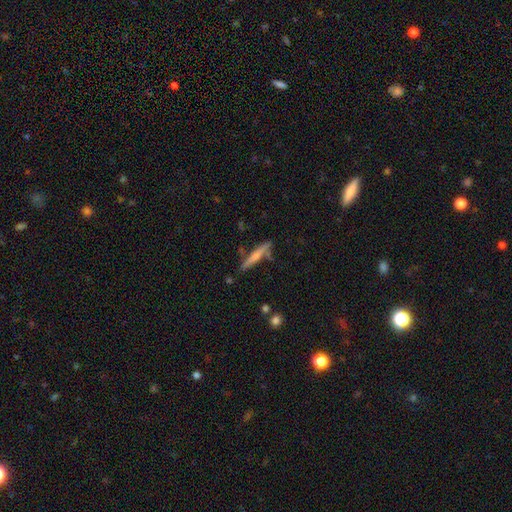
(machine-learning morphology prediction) A smooth galaxy with no disk features (47%, tied with featured or disk).

Vote fractions:
- Smooth or featured? smooth: 47% (tied) / featured or disk: 47% (tied) / star or artifact: 6%
- Merging? none: 78% / minor disturbance: 13% / merger: 6% / major disturbance: 3%